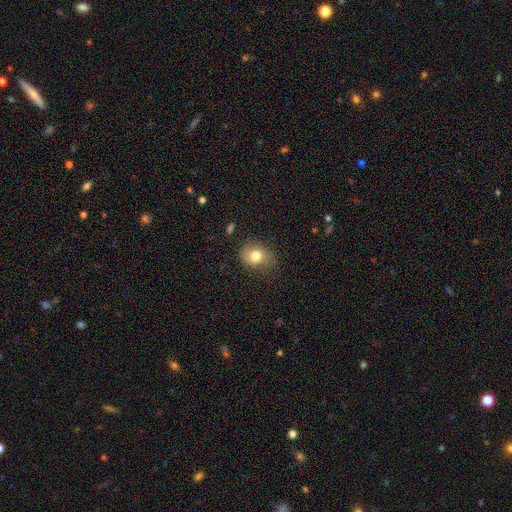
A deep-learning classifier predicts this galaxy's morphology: type=smooth (75%); roundness=round (51%); merging=none (63%).